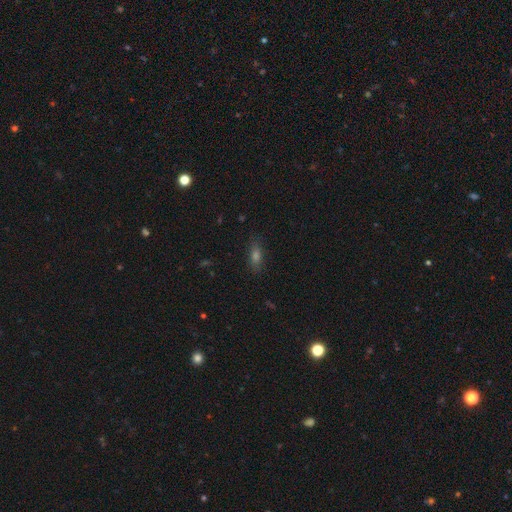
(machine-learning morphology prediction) type=smooth (62%); roundness=in between (69%); merging=none (83%).